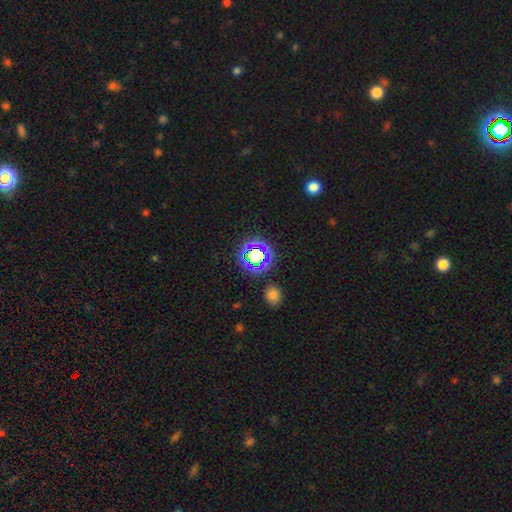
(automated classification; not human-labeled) Smooth or featured? star or artifact (59%)